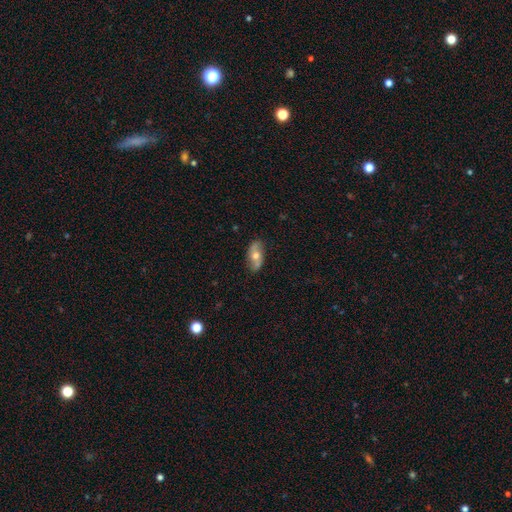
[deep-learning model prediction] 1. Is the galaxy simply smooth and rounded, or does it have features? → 51% featured or disk, 42% smooth, 7% star or artifact.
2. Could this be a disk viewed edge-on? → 83% no, 17% yes.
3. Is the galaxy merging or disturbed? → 81% none, 14% minor disturbance, 3% major disturbance, 1% merger.